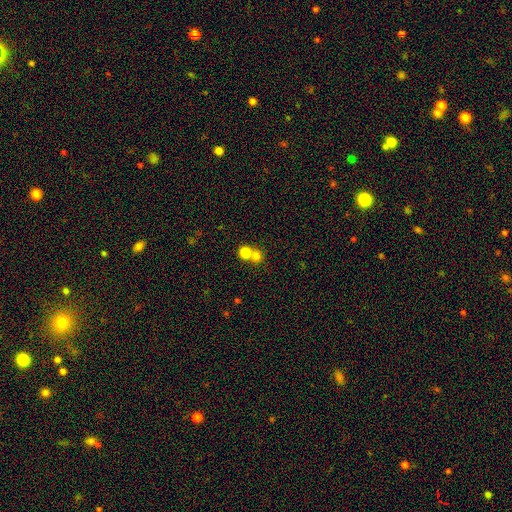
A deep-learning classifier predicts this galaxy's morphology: This is likely a smooth galaxy (77%). How rounded: clearly round (88%). Merging: possibly merger (51%).